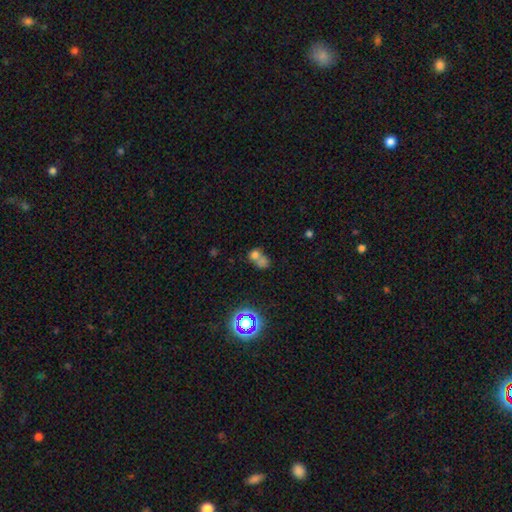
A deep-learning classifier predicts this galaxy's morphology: Q: Smooth or featured?
A: smooth (64%); runner-up: star or artifact (19%)
Q: How rounded?
A: round (57%); runner-up: in between (42%)
Q: Merging?
A: merger (59%); runner-up: none (26%)